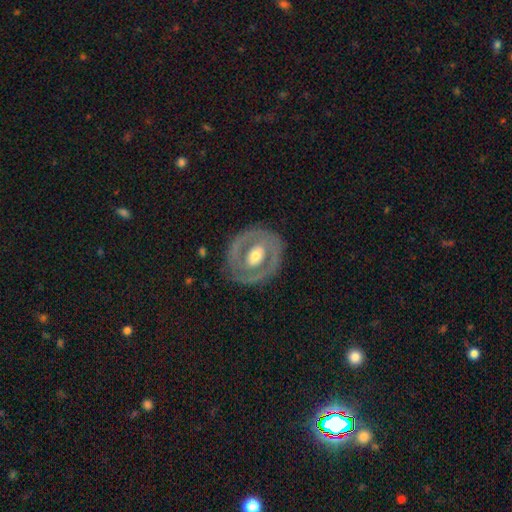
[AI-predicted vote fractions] A featured or disk galaxy (68%) with no bar (54%), no spiral arms (63%) and a moderate central bulge (64%).

Vote fractions:
- Smooth or featured? featured or disk: 68% / smooth: 27% / star or artifact: 5%
- Edge-on disk? no: 95% / yes: 5%
- Bar? no: 54% / weak: 30% / strong: 17%
- Spiral arms? no: 63% / yes: 37%
- Bulge size? moderate: 64% / large: 20% / small: 13% / dominant: 2% / none: 1%
- Merging? none: 78% / minor disturbance: 14% / major disturbance: 7% / merger: 1%